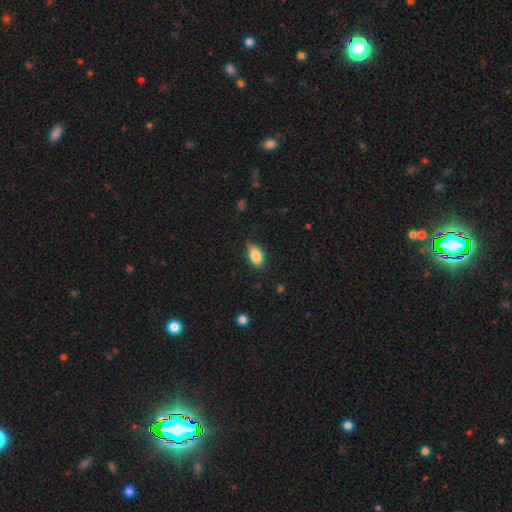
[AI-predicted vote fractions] smooth 84%, featured or disk 8%, star or artifact 7%. Down the decision tree: how rounded — in between (90%); merging — none (75%).